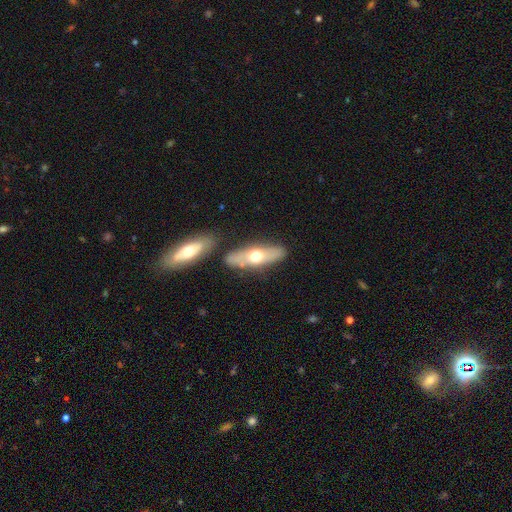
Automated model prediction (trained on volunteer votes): Smooth or featured?
  - smooth: 48% *
  - featured or disk: 46%
  - star or artifact: 6%
Merging?
  - none: 75% *
  - minor disturbance: 12%
  - merger: 10%
  - major disturbance: 3%